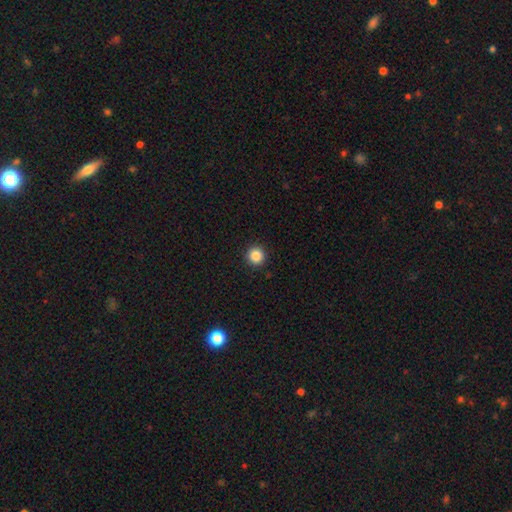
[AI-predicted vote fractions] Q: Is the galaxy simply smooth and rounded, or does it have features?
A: smooth — 86%.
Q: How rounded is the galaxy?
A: round — 96%.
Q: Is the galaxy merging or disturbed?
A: none — 93%.